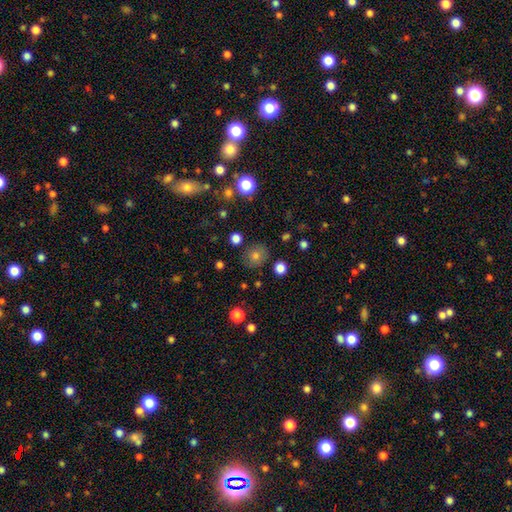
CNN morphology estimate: Smooth or featured? Predicted: smooth (p=0.73). How rounded? Predicted: round (p=0.79). Merging? Predicted: none (p=0.84).